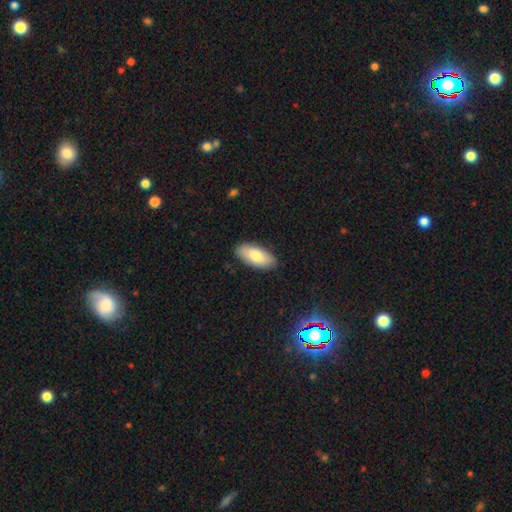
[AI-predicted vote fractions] Morphology: type=smooth (80%); roundness=in between (90%); merging=none (88%).